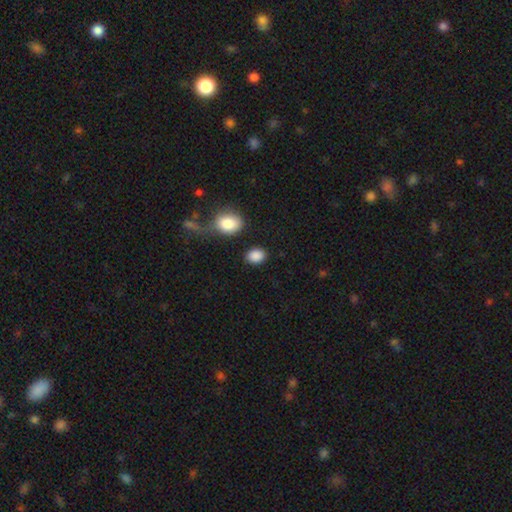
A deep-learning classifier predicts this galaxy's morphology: smooth_or_featured: smooth (p=0.88) [alt: star or artifact p=0.08]
how_rounded: in between (p=0.66) [alt: round p=0.33]
merging: none (p=0.82) [alt: minor disturbance p=0.10]